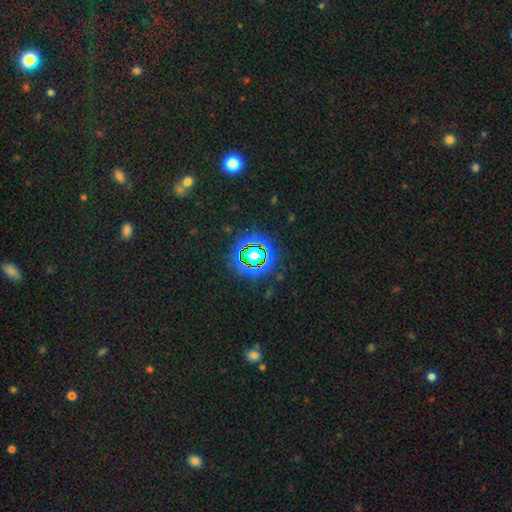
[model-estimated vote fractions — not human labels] smooth-or-featured: star or artifact: 75% | smooth: 17% | featured or disk: 8%